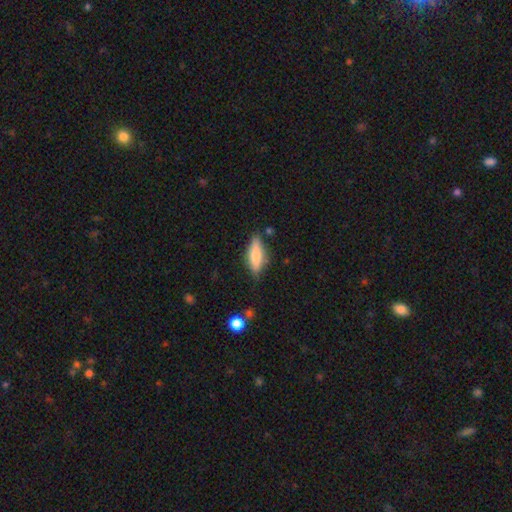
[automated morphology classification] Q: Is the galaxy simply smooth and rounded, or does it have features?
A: smooth — 64%.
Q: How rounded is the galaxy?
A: cigar-shaped — 49%, tied with in between.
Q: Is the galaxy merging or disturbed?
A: none — 78%.